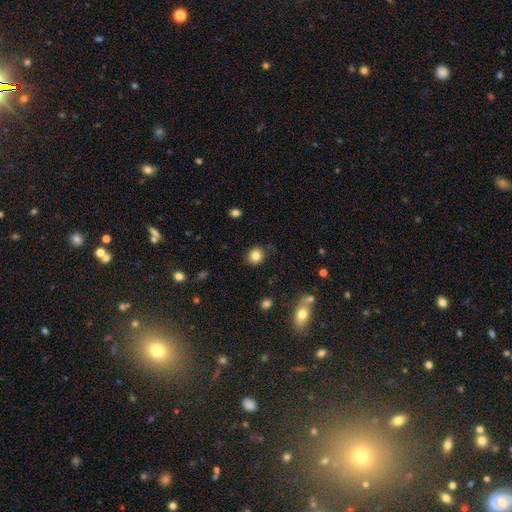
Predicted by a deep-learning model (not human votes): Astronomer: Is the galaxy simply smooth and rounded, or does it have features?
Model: smooth — 83%.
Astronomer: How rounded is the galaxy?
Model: round — 79%.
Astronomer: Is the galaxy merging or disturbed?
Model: none — 85%.